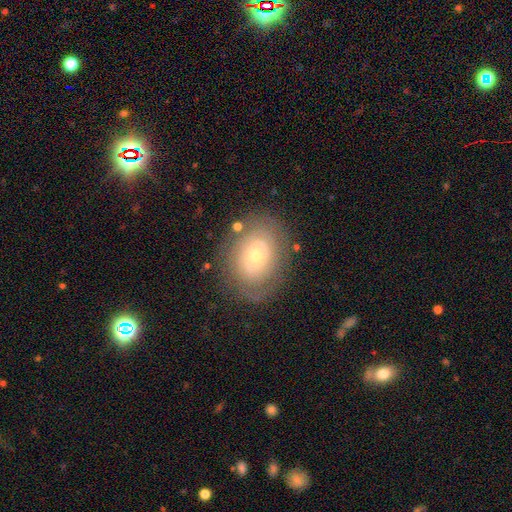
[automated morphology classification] The model was most divided on "smooth or featured": featured or disk: 50%, smooth: 40%, star or artifact: 9%. More confident: edge-on disk — no (95%); merging — none (77%).